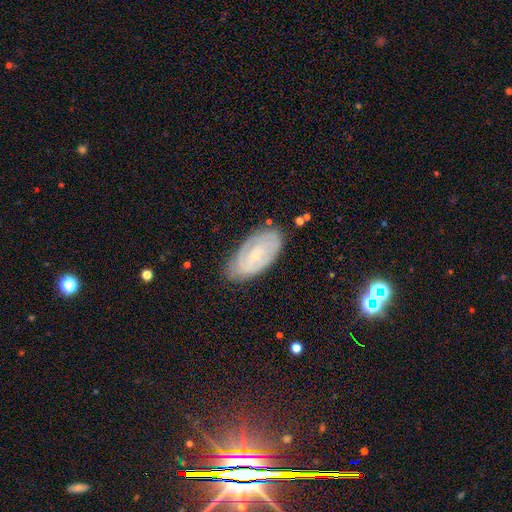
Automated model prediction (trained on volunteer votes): smooth-or-featured: featured or disk: 65% | smooth: 27% | star or artifact: 8%
  disk-edge-on: no: 93% | yes: 7%
    bar: no: 50% | weak: 39% | strong: 11%
    has-spiral-arms: yes: 82% | no: 18%
    bulge-size: small: 69% | moderate: 16% | none: 12% | large: 2% | dominant: 1%
  merging: none: 76% | minor disturbance: 18% | major disturbance: 5% | merger: 2%